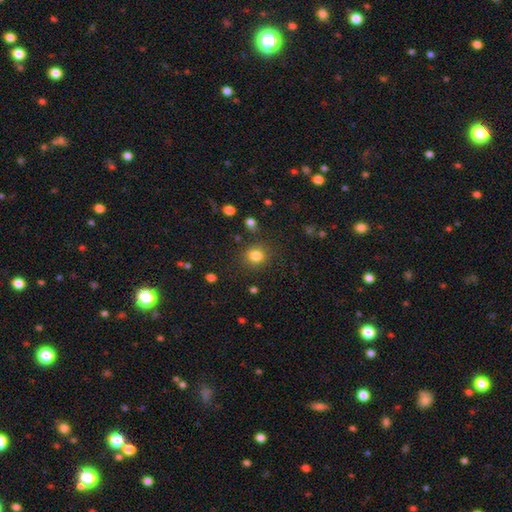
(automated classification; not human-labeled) Smooth or featured? smooth (82%)
How rounded? round (81%)
Merging? none (85%)